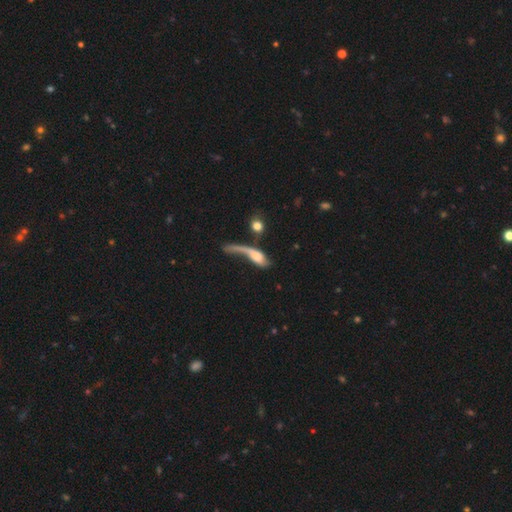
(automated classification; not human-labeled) Smooth or featured: featured or disk — 51% (smooth — 41%)
Edge-on disk: no — 77% (yes — 23%)
Merging: major disturbance — 42% (merger — 24%)